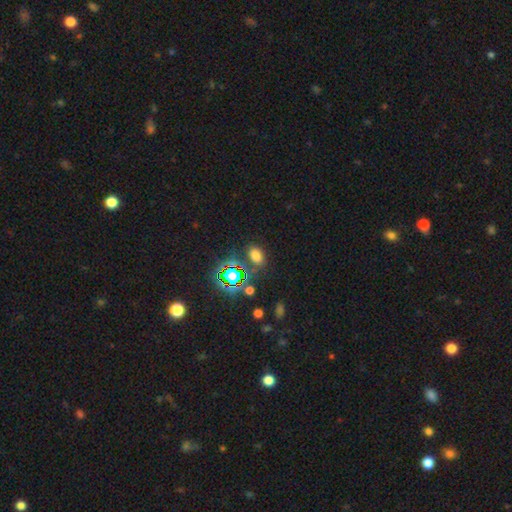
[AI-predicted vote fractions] Smooth or featured?
  - smooth: 63% *
  - star or artifact: 31%
  - featured or disk: 6%
How rounded?
  - in between: 78% *
  - round: 20%
  - cigar-shaped: 2%
Merging?
  - none: 77% *
  - minor disturbance: 12%
  - merger: 6%
  - major disturbance: 5%